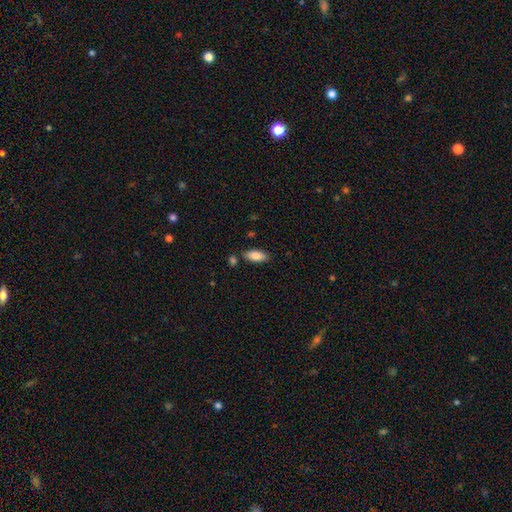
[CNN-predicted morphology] The model was most divided on "merging": none: 81%, minor disturbance: 11%, merger: 6%, major disturbance: 2%. More confident: how rounded — in between (85%); smooth or featured — smooth (84%).